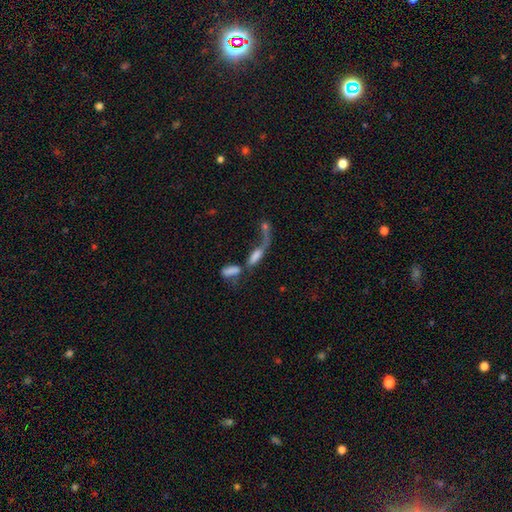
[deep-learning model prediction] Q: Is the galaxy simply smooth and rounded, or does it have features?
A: featured or disk — 47%.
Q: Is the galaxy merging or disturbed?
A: merger — 61%.